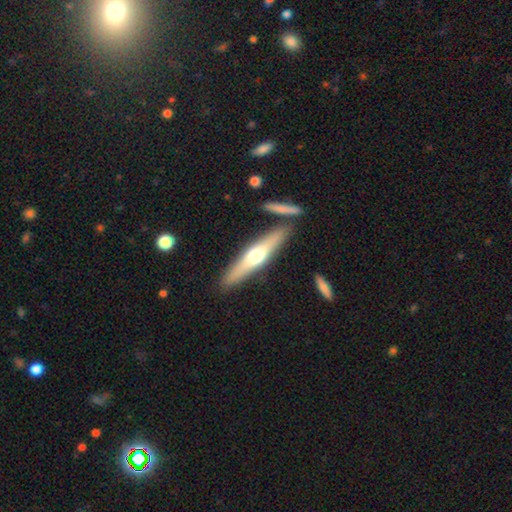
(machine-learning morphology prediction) A featured or disk galaxy (54%) viewed edge-on (92%). Merging: none (85%).